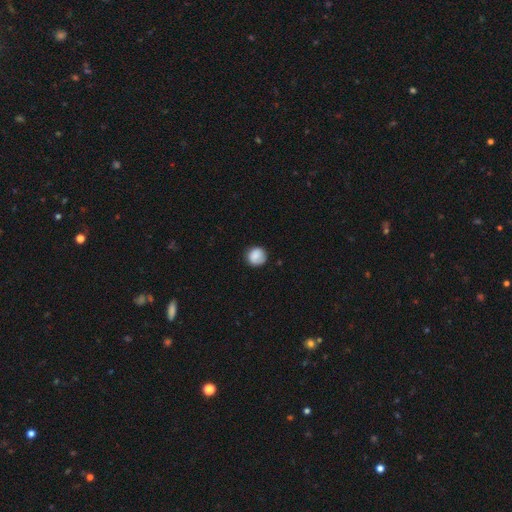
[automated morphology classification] Smooth or featured: smooth — 85% (star or artifact — 8%)
How rounded: round — 91% (in between — 9%)
Merging: none — 80% (minor disturbance — 15%)